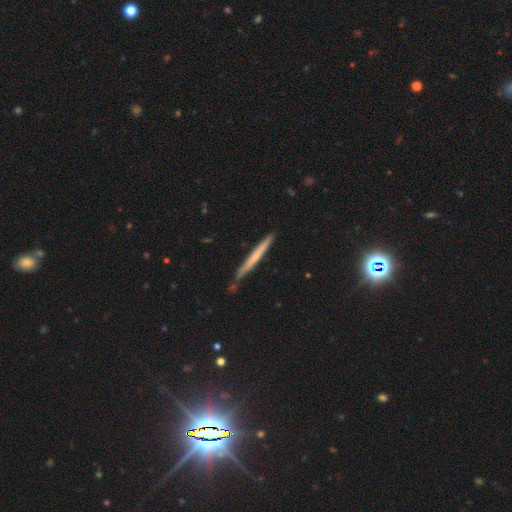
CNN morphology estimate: Overall: smooth (50%; featured or disk 44%). Merging: none (82%).